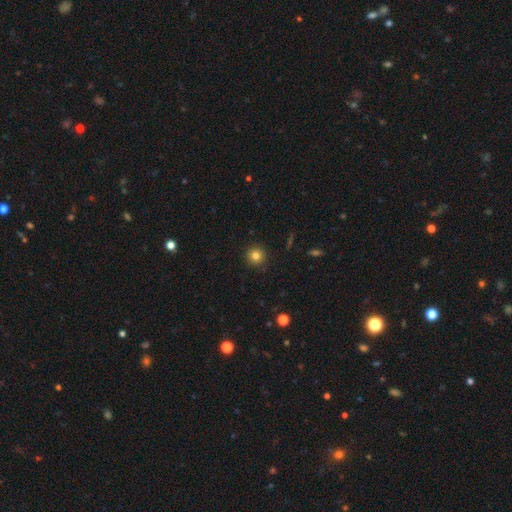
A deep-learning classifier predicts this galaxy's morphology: The model was most divided on "smooth or featured": smooth: 81%, star or artifact: 12%, featured or disk: 6%. More confident: how rounded — round (95%); merging — none (91%).